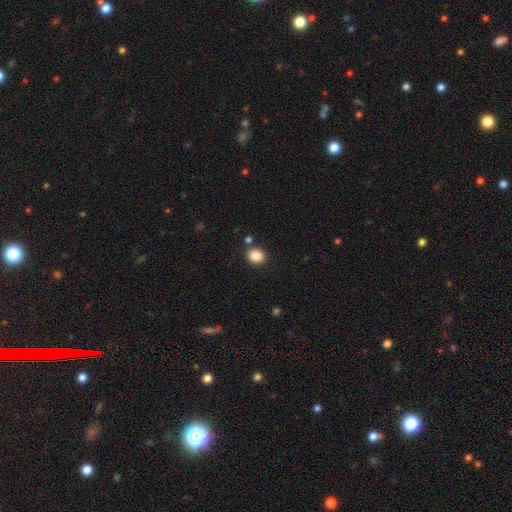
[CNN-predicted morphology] Smooth or featured: smooth — 87% (star or artifact — 10%)
How rounded: round — 71% (in between — 28%)
Merging: none — 81% (minor disturbance — 9%)